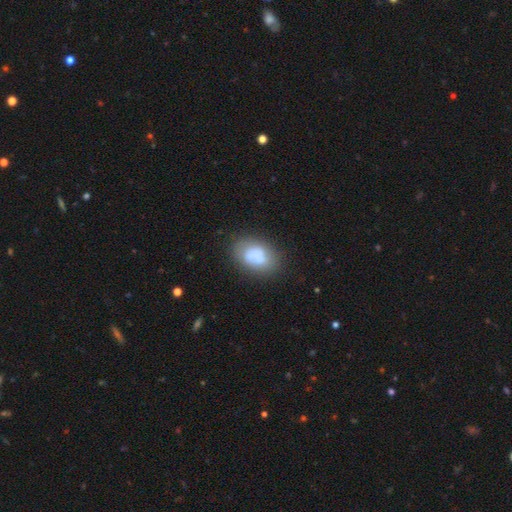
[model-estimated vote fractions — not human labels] This is likely a smooth galaxy (67%). How rounded: likely in between (73%). Merging: possibly none (60%).